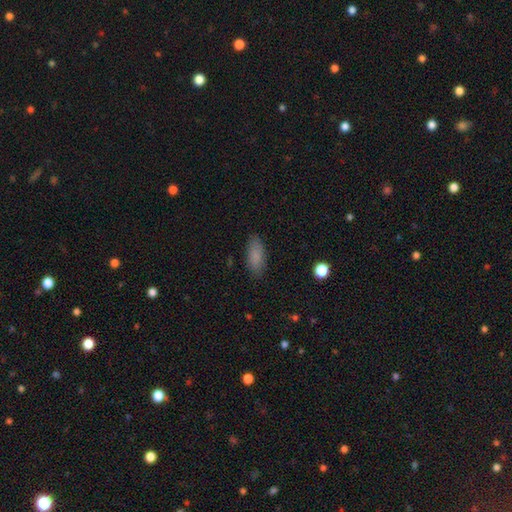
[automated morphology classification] smooth-or-featured: smooth: 85% | star or artifact: 8% | featured or disk: 7%
  how-rounded: in between: 80% | cigar-shaped: 18% | round: 2%
  merging: none: 85% | minor disturbance: 11% | major disturbance: 3% | merger: 1%